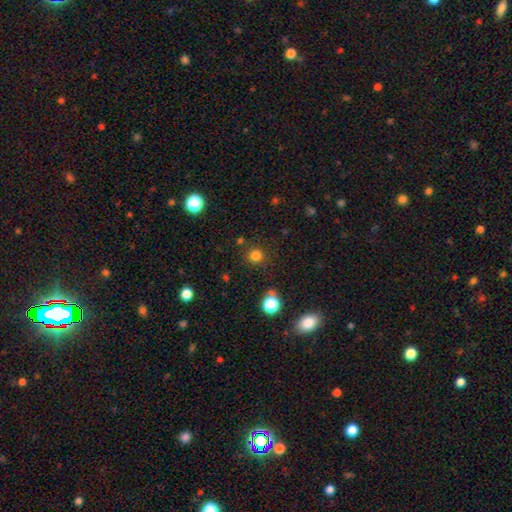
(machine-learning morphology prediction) This is likely a smooth galaxy (79%). How rounded: clearly round (94%). Merging: clearly none (86%).